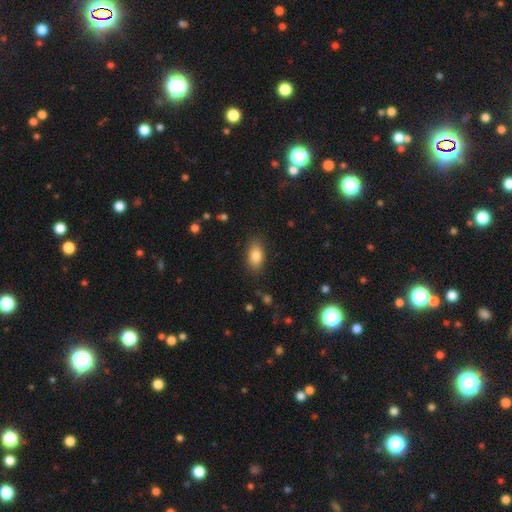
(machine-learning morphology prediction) Smooth or featured: smooth — 84% (star or artifact — 8%)
How rounded: in between — 89% (round — 6%)
Merging: none — 83% (minor disturbance — 12%)